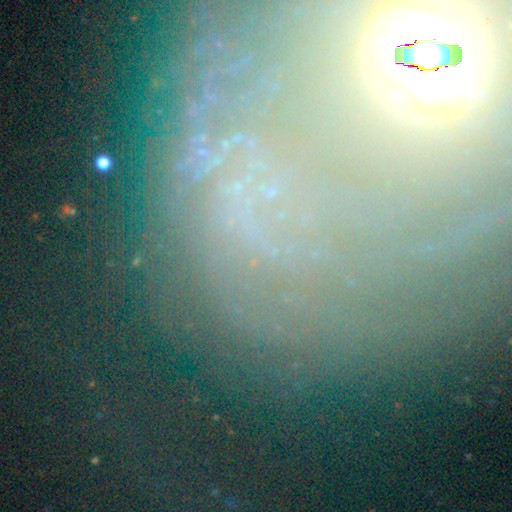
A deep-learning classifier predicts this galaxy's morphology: smooth_or_featured: star or artifact (p=0.45) [alt: featured or disk p=0.37]